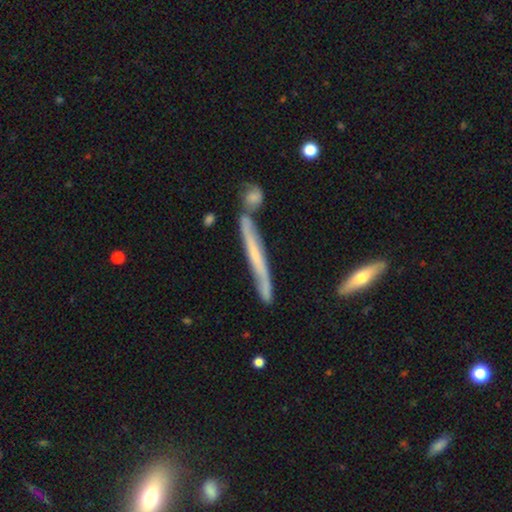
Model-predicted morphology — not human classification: featured or disk 62%, smooth 30%, star or artifact 7%. Down the decision tree: edge-on disk — yes (90%); edge-on bulge — none (69%); merging — none (69%).